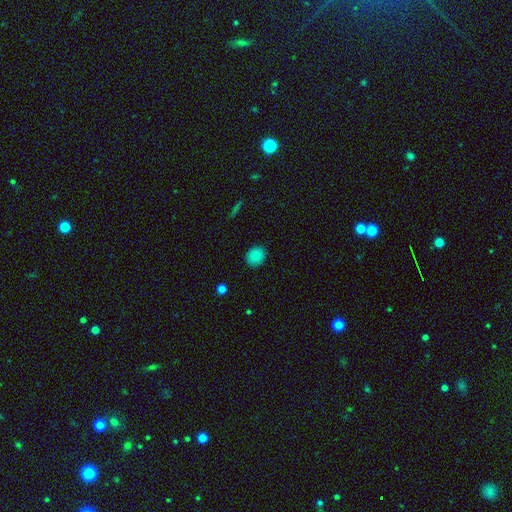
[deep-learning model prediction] This appears to be a smooth galaxy with no disk features (86%) that is round (65%). Merging: none (88%).